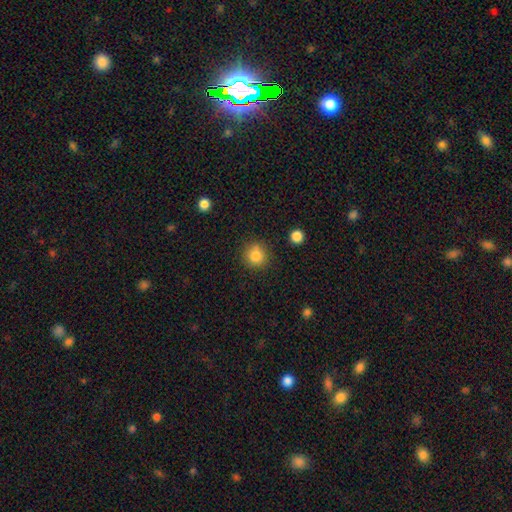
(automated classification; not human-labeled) Overall: smooth (83%). How rounded: round (91%). Merging: none (83%).